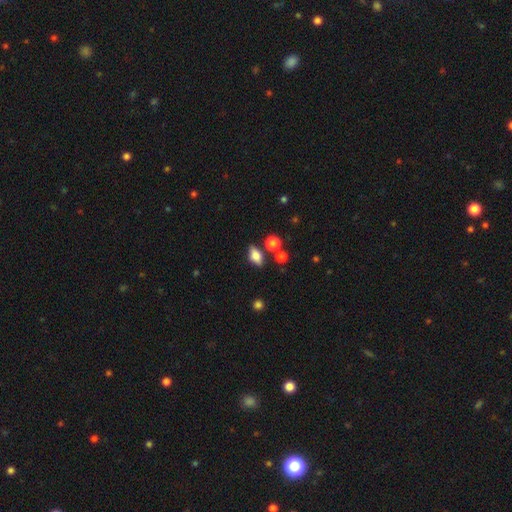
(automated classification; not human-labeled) Smooth or featured? Predicted: smooth (p=0.74). How rounded? Predicted: in between (p=0.80). Merging? Predicted: none (p=0.75).